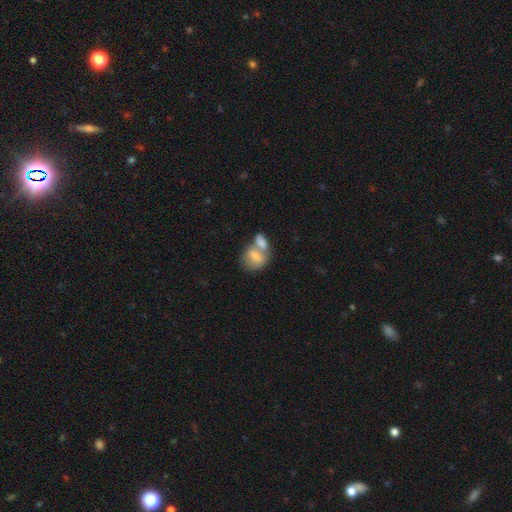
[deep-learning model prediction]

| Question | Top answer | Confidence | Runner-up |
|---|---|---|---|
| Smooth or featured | smooth | 71% | featured or disk (22%) |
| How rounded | in between | 58% | round (40%) |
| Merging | merger | 65% | none (23%) |